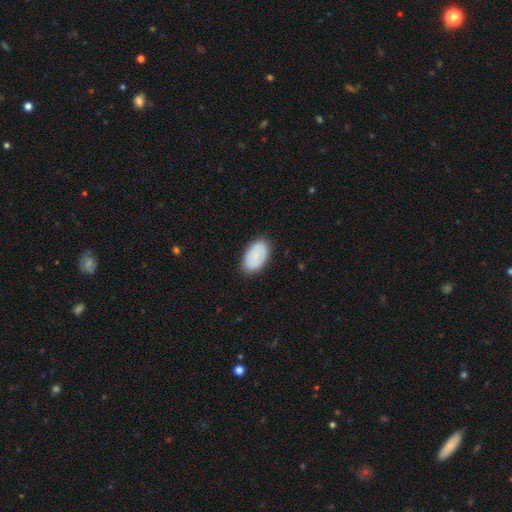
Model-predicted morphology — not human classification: This appears to be a smooth galaxy with no disk features (78%) that is in between round and cigar-shaped (93%). Merging: none (84%).